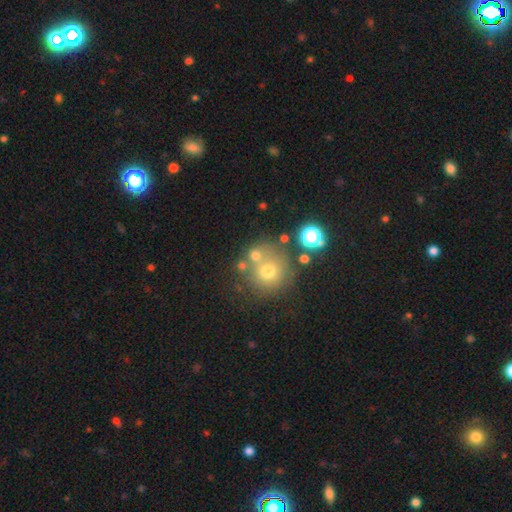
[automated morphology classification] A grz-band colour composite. It shows a smooth galaxy with no disk features (63%) that is round (88%). Merging: none (57%).